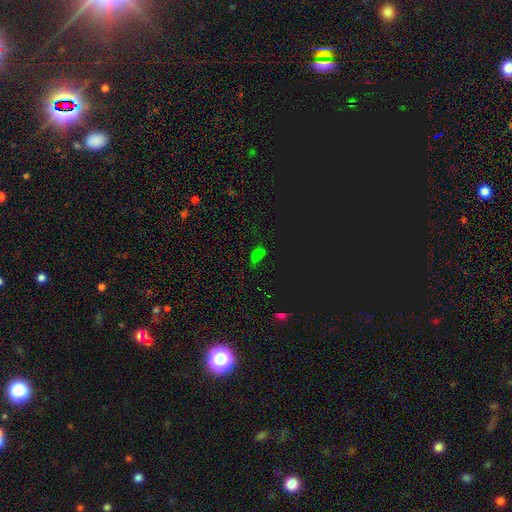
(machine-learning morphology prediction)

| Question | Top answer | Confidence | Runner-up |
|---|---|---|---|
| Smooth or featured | star or artifact | 47% | smooth (43%) |